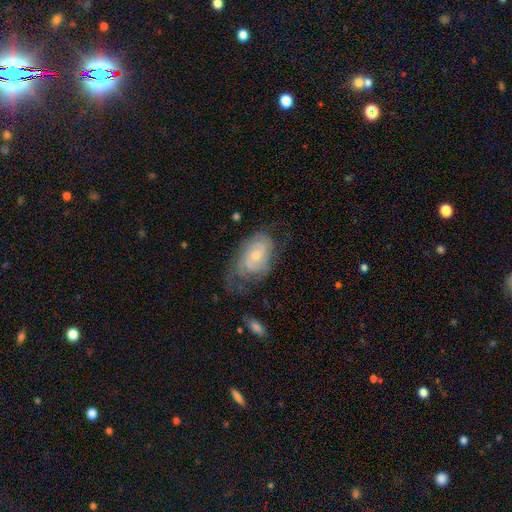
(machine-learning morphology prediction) A featured or disk galaxy (70%) with no bar (71%), tight (53%) spiral arms (83%) and a small central bulge (52%).

Vote fractions:
- Smooth or featured? featured or disk: 70% / smooth: 24% / star or artifact: 6%
- Edge-on disk? no: 96% / yes: 4%
- Bar? no: 71% / weak: 26% / strong: 4%
- Spiral arms? yes: 83% / no: 17%
- Spiral winding? tight: 53% / medium: 33% / loose: 14%
- Spiral arm count? can't tell: 45% / 2: 31% / 3: 10% / 1: 8% / 4: 4% / more than 4: 3%
- Bulge size? small: 52% / moderate: 43% / large: 2% / none: 2% / dominant: 1%
- Merging? none: 47% / minor disturbance: 26% / major disturbance: 24% / merger: 2%